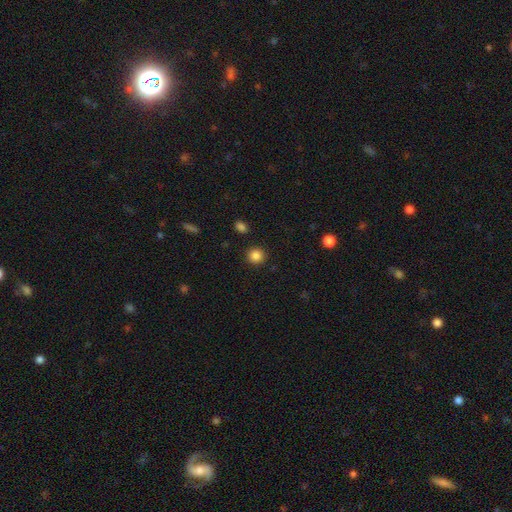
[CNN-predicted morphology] Overall: smooth (86%). How rounded: round (92%). Merging: none (91%).